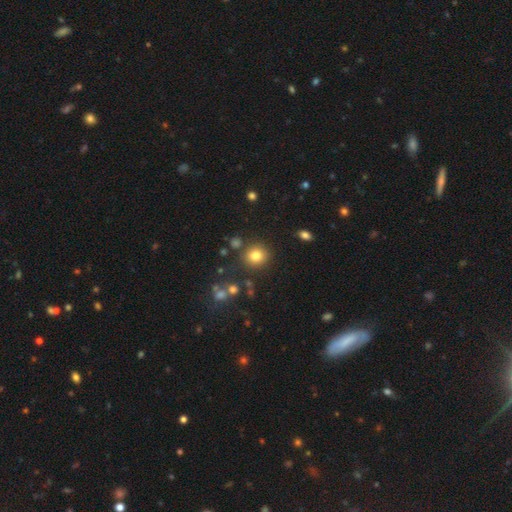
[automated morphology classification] smooth-or-featured: smooth: 80% | star or artifact: 13% | featured or disk: 7%
  how-rounded: round: 87% | in between: 12% | cigar-shaped: 1%
  merging: none: 84% | minor disturbance: 9% | merger: 5% | major disturbance: 3%